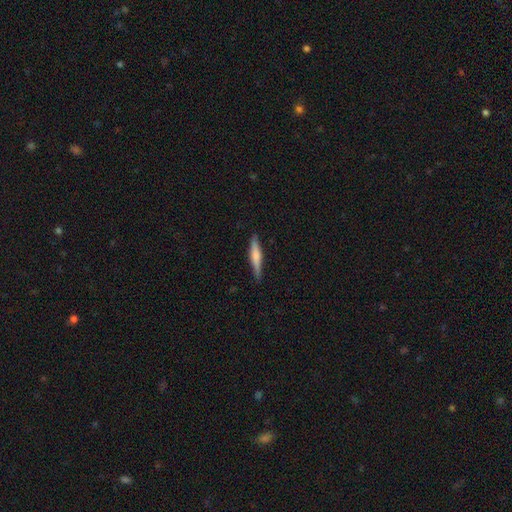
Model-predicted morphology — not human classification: Q: Smooth or featured?
A: smooth (54%); runner-up: featured or disk (41%)
Q: How rounded?
A: cigar-shaped (90%); runner-up: in between (8%)
Q: Merging?
A: none (86%); runner-up: minor disturbance (11%)